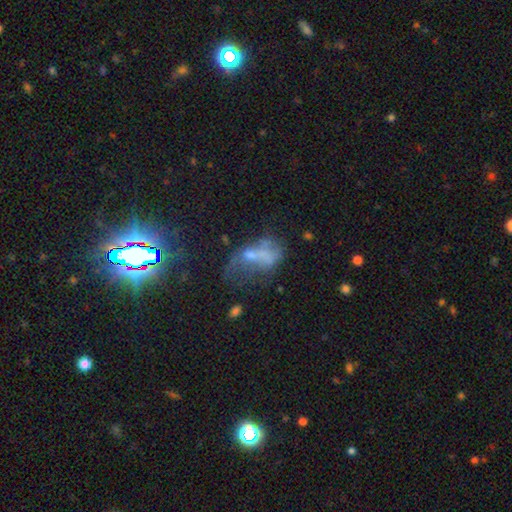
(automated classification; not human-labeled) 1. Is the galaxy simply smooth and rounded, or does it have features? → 41% featured or disk, 32% star or artifact, 27% smooth.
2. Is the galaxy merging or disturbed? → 37% major disturbance, 27% none, 20% minor disturbance, 16% merger.